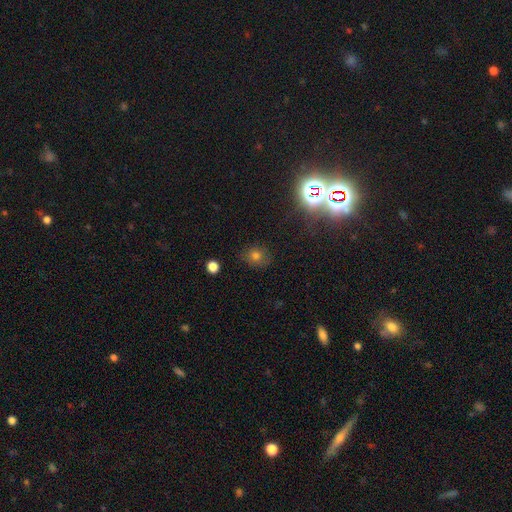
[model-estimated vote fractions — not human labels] smooth 69%, star or artifact 22%, featured or disk 9%. Down the decision tree: how rounded — round (71%); merging — none (81%).